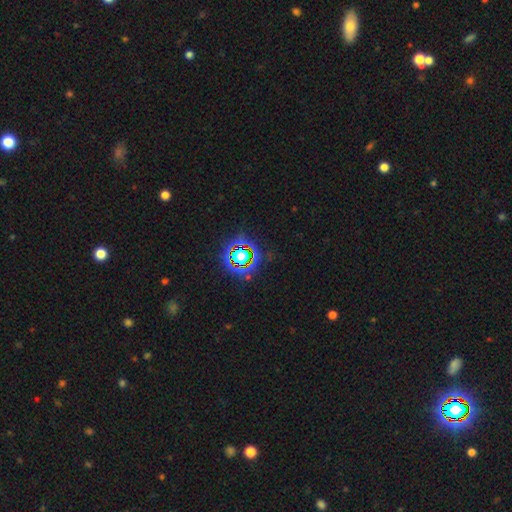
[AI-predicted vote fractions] Morphology: type=star or artifact (80%).